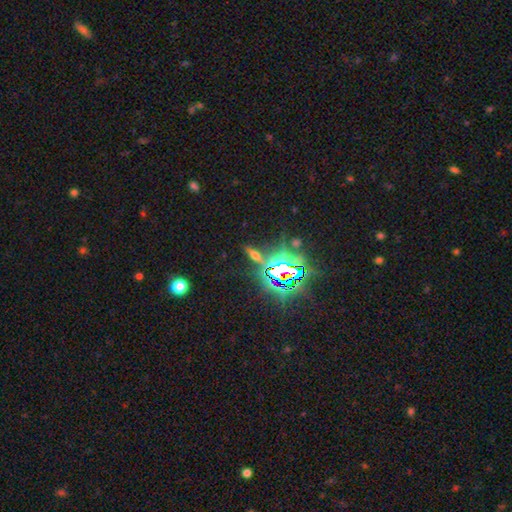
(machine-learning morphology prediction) A star or artifact, not a galaxy (46%).